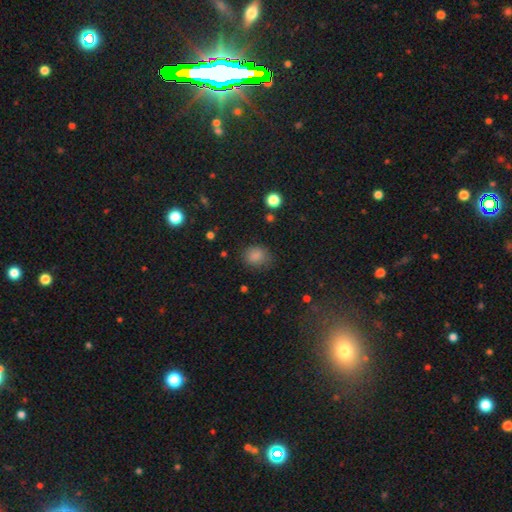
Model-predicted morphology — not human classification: Smooth or featured? Predicted: smooth (p=0.83). How rounded? Predicted: round (p=0.63). Merging? Predicted: none (p=0.75).